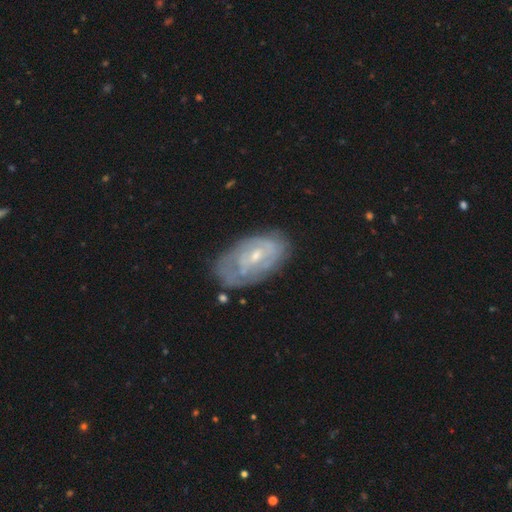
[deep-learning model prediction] smooth-or-featured: featured or disk: 68% | smooth: 25% | star or artifact: 7%
  disk-edge-on: no: 94% | yes: 6%
    bar: no: 48% | weak: 42% | strong: 10%
    has-spiral-arms: yes: 63% | no: 37%
    bulge-size: small: 59% | moderate: 36% | none: 2% | large: 1% | dominant: 1%
  merging: none: 65% | minor disturbance: 24% | major disturbance: 9% | merger: 3%